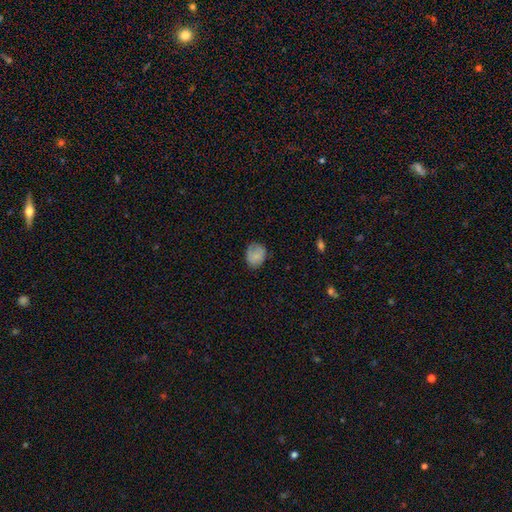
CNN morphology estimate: This is likely a smooth galaxy (77%). How rounded: possibly round (58%). Merging: likely none (71%).